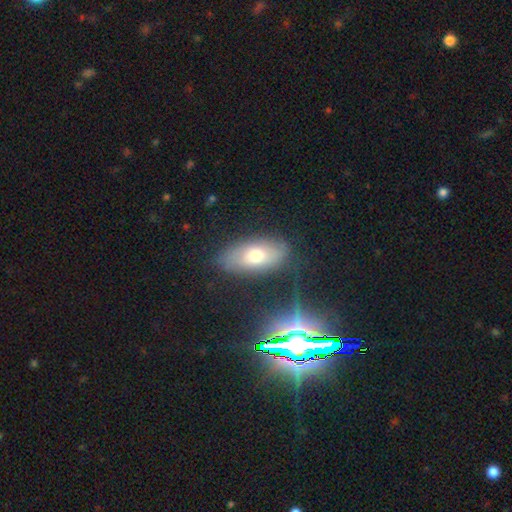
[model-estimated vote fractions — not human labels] Q: Smooth or featured?
A: smooth (61%); runner-up: featured or disk (23%)
Q: How rounded?
A: in between (88%); runner-up: cigar-shaped (7%)
Q: Merging?
A: none (80%); runner-up: minor disturbance (14%)